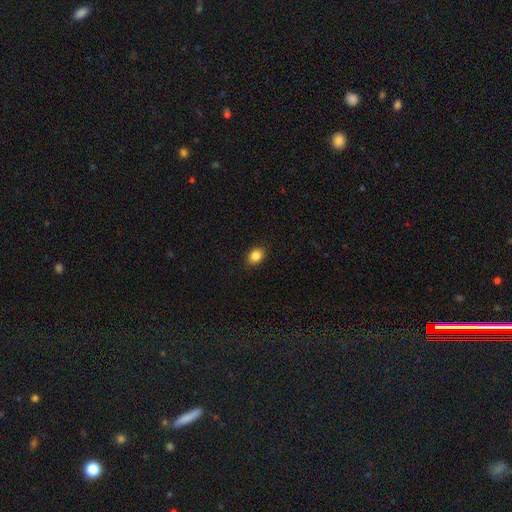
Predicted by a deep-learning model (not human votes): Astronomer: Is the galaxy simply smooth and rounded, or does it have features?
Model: smooth — 85%.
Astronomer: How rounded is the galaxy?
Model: in between — 56% (runner-up: round, 43%).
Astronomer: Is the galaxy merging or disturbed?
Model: none — 90%.